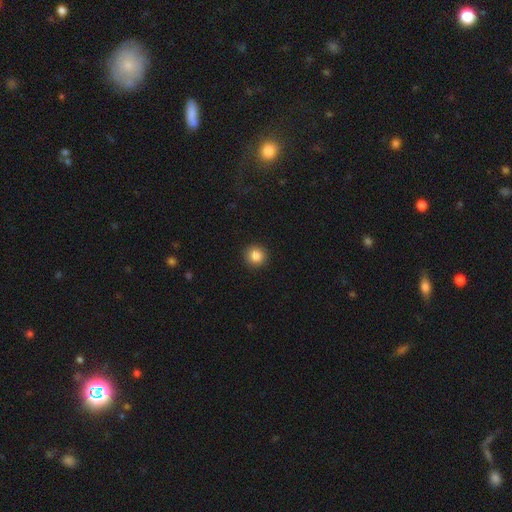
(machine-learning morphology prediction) The model was most divided on "smooth or featured": smooth: 86%, star or artifact: 10%, featured or disk: 4%. More confident: how rounded — round (93%); merging — none (92%).